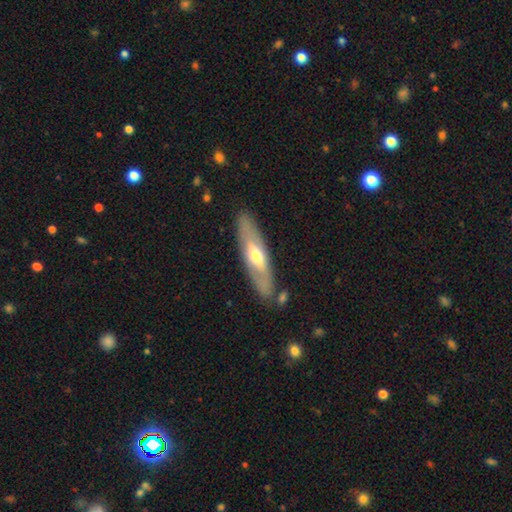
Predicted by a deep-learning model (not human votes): The model was most divided on "edge-on disk" (2-way tie): yes: 50%, no: 50%. More confident: merging — none (83%); smooth or featured — featured or disk (56%).